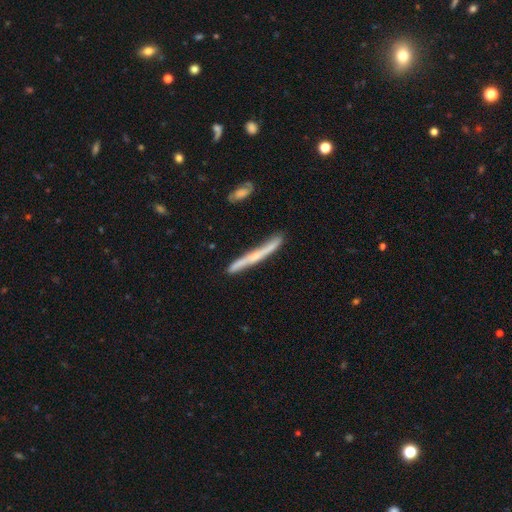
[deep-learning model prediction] Smooth or featured? Predicted: featured or disk (p=0.69). Edge-on disk? Predicted: yes (p=0.89). Edge-on bulge? Predicted: rounded (p=0.61). Merging? Predicted: none (p=0.77).